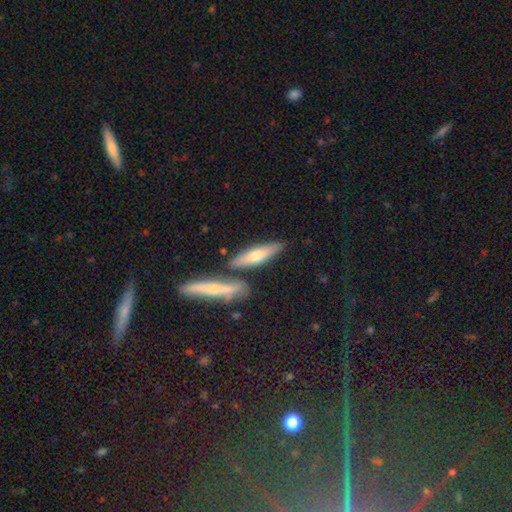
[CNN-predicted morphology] Q: Smooth or featured?
A: smooth (54%); runner-up: featured or disk (38%)
Q: How rounded?
A: cigar-shaped (68%); runner-up: in between (29%)
Q: Merging?
A: none (72%); runner-up: merger (14%)